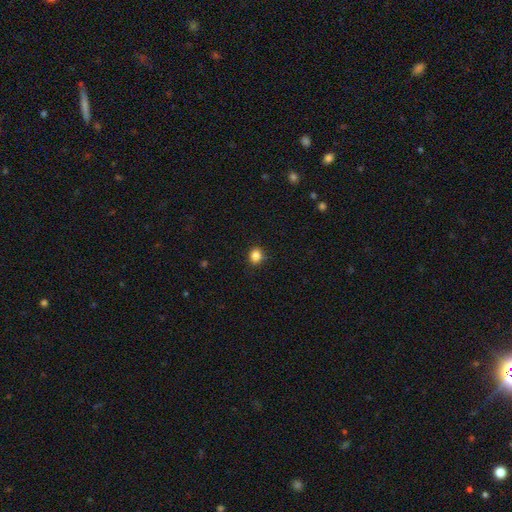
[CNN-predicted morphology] type=smooth (84%); roundness=round (64%); merging=none (87%).